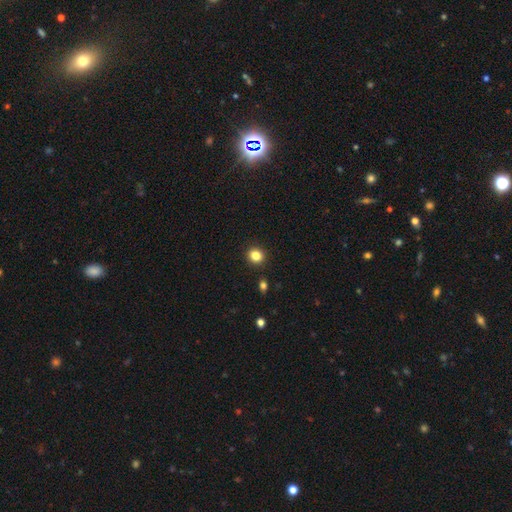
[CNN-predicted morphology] Smooth or featured? smooth (84%)
How rounded? round (81%)
Merging? none (91%)